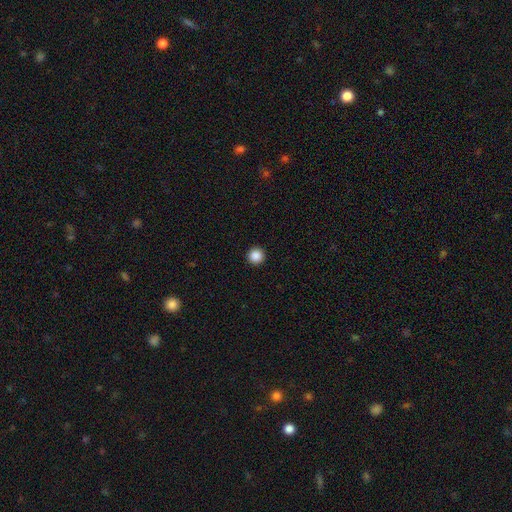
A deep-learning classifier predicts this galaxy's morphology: type=smooth (88%); roundness=round (97%); merging=none (94%).